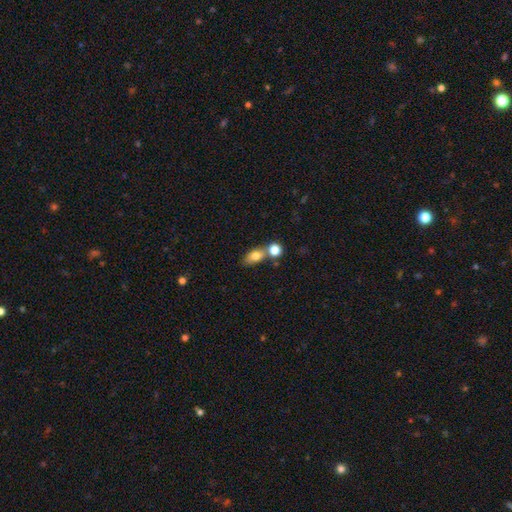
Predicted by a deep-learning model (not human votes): Morphology: type=smooth (77%); roundness=in between (74%); merging=none (44%).